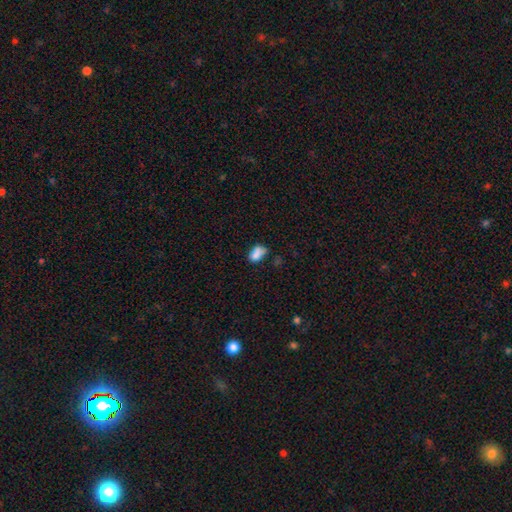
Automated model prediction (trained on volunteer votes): Q: Smooth or featured?
A: smooth (78%); runner-up: featured or disk (11%)
Q: How rounded?
A: in between (84%); runner-up: round (12%)
Q: Merging?
A: none (39%); runner-up: minor disturbance (27%)